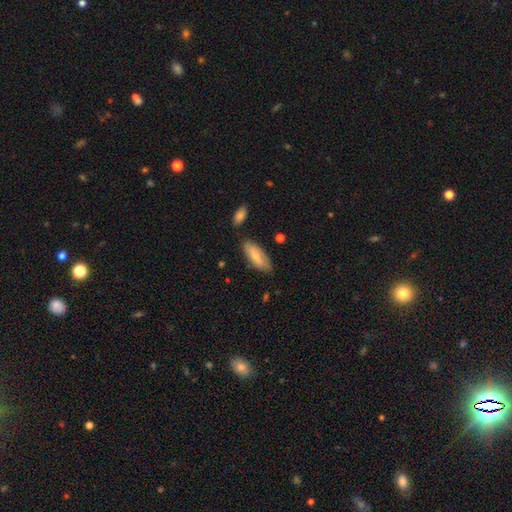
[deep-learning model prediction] Smooth or featured: smooth — 68% (featured or disk — 26%)
How rounded: in between — 73% (cigar-shaped — 26%)
Merging: none — 76% (minor disturbance — 18%)